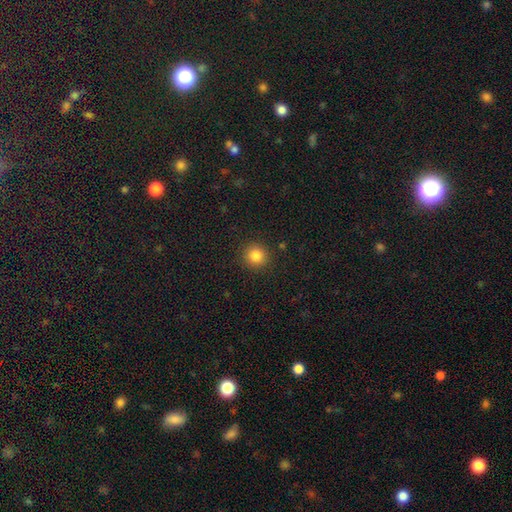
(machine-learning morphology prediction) This appears to be a smooth galaxy with no disk features (84%) that is round (93%). Merging: none (91%).